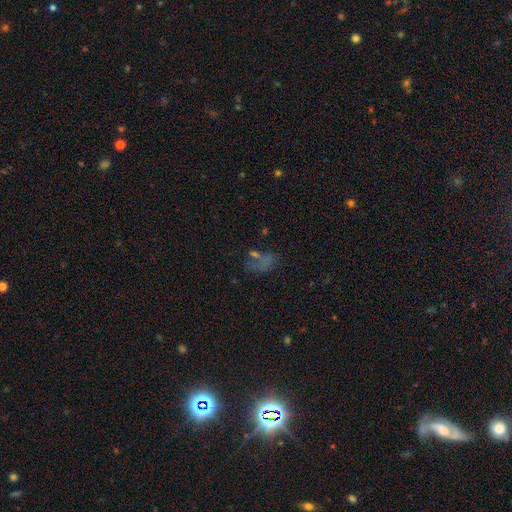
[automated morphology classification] Smooth or featured? Predicted: smooth (p=0.44). Merging? Predicted: none (p=0.40).